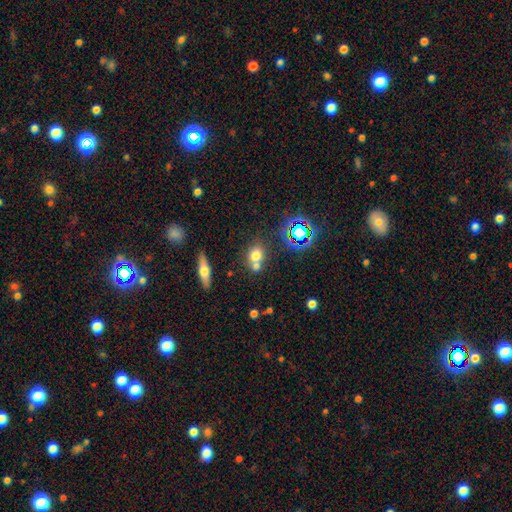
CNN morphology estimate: smooth_or_featured: smooth (p=0.64) [alt: star or artifact p=0.20]
how_rounded: round (p=0.58) [alt: in between p=0.39]
merging: none (p=0.47) [alt: merger p=0.39]